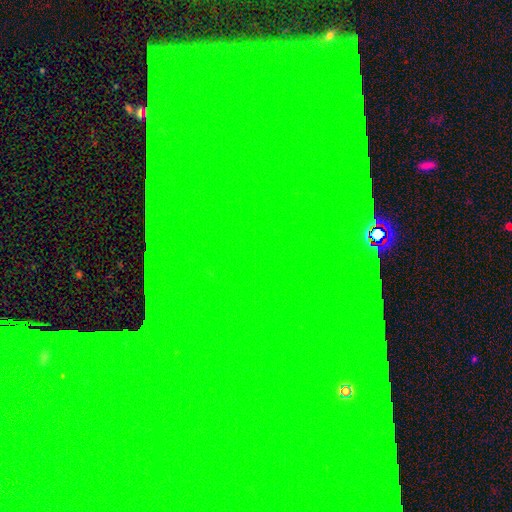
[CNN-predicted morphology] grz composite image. It shows a star or artifact, not a galaxy (86%).